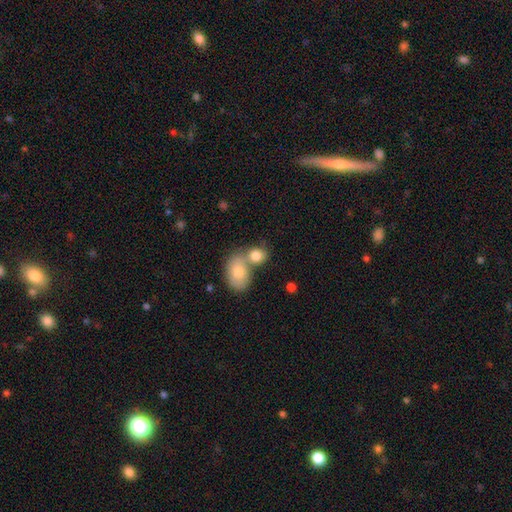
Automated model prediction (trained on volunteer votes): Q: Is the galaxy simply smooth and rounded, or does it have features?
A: smooth — 80%.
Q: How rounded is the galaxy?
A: in between — 60%.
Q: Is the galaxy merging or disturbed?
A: merger — 58%.